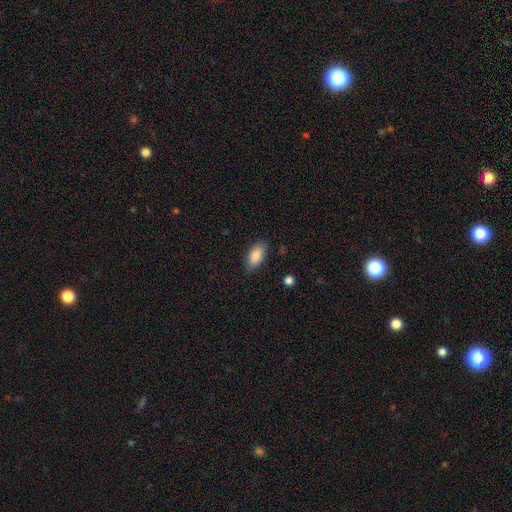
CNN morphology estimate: This appears to be a smooth galaxy with no disk features (87%) that is in between round and cigar-shaped (91%). Merging: none (84%).